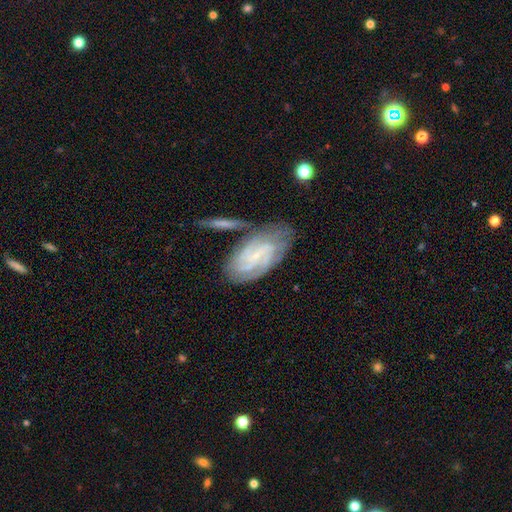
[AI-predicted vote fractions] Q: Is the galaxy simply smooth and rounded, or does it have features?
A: featured or disk — 80%.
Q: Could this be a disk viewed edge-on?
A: no — 95%.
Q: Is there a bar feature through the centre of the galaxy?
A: weak — 43%.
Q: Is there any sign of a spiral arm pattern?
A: yes — 95%.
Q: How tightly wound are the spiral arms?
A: tight — 62%.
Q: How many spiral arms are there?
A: can't tell — 29%.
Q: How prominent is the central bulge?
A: small — 78%.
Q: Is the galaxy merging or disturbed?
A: none — 57%.